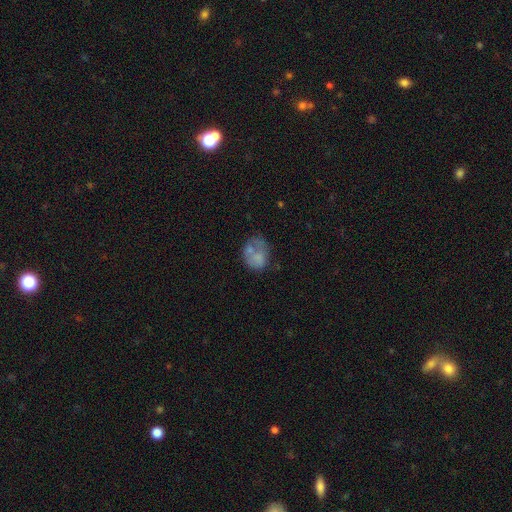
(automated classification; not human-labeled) A smooth galaxy with no disk features (60%) that is in between round and cigar-shaped (50%). Merging: none (34%).